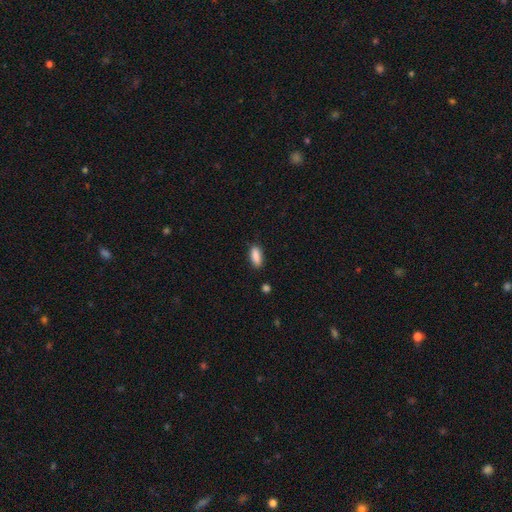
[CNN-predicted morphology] This appears to be a smooth galaxy with no disk features (89%) that is in between round and cigar-shaped (78%). Merging: none (84%).